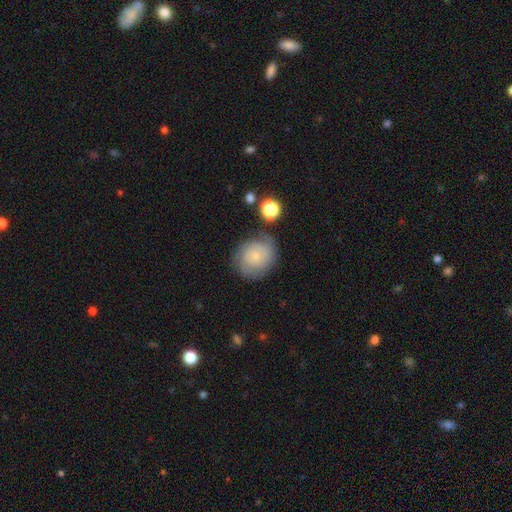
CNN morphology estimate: smooth 48%, featured or disk 42%, star or artifact 9%. Down the decision tree: merging — none (68%).